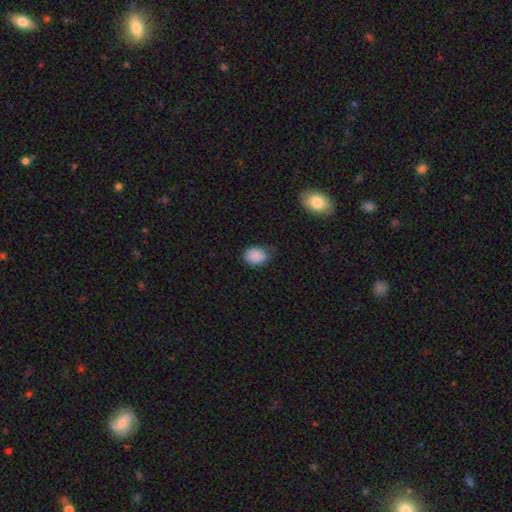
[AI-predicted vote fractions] Smooth or featured? smooth (88%)
How rounded? in between (72%)
Merging? none (72%)